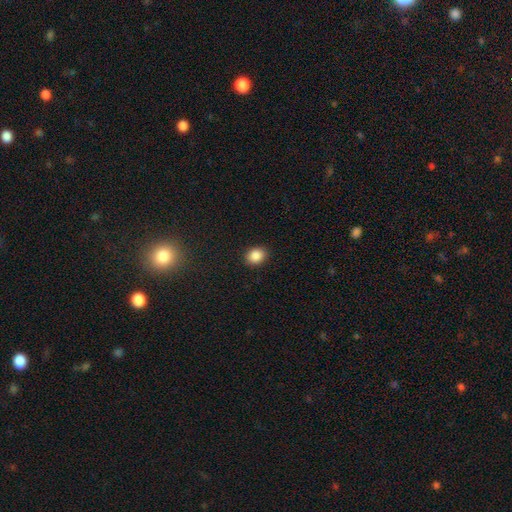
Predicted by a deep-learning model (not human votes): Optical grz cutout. It shows a smooth galaxy with no disk features (87%) that is round (58%). Merging: none (90%).